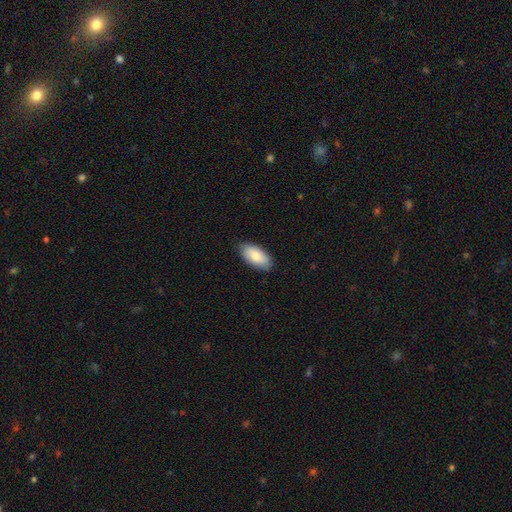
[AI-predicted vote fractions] smooth 84%, featured or disk 10%, star or artifact 6%. Down the decision tree: how rounded — in between (94%); merging — none (86%).